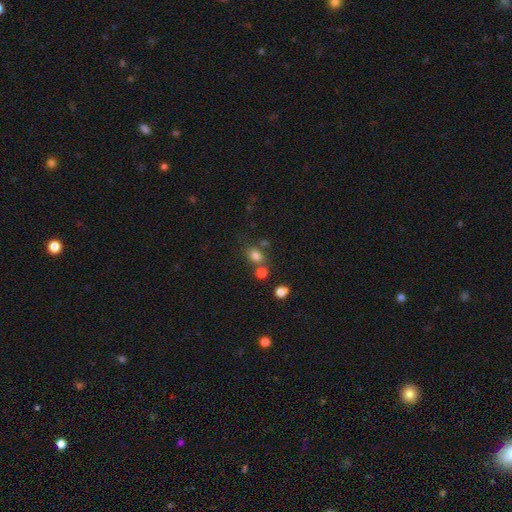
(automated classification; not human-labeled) smooth-or-featured: smooth: 77% | star or artifact: 15% | featured or disk: 8%
  how-rounded: round: 52% | in between: 47% | cigar-shaped: 1%
  merging: none: 58% | merger: 25% | minor disturbance: 12% | major disturbance: 5%